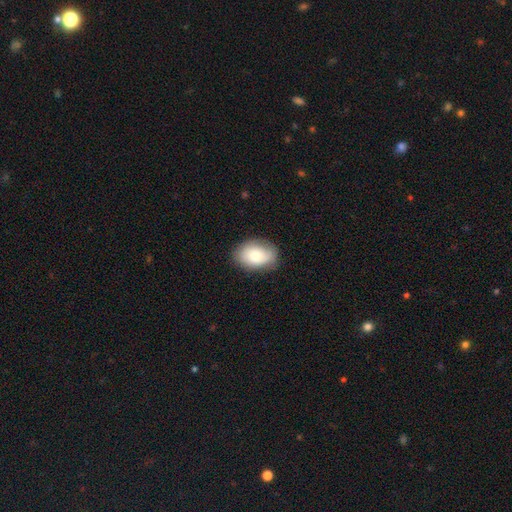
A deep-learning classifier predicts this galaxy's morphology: Smooth or featured: smooth — 77% (featured or disk — 16%)
How rounded: in between — 84% (round — 15%)
Merging: none — 79% (minor disturbance — 16%)